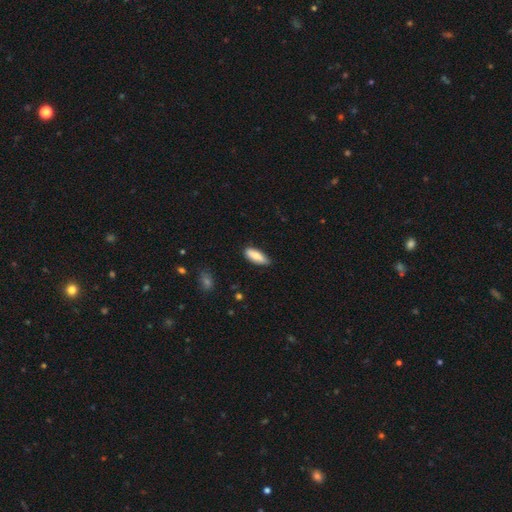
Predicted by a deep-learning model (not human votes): This appears to be a smooth galaxy with no disk features (78%) that is in between round and cigar-shaped (70%). Merging: none (76%).